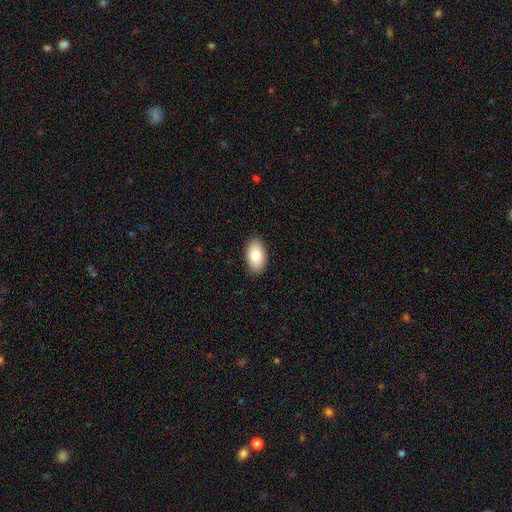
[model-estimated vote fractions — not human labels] A smooth galaxy with no disk features (81%) that is in between round and cigar-shaped (94%).

Vote fractions:
- Smooth or featured? smooth: 81% / featured or disk: 13% / star or artifact: 7%
- How rounded? in between: 94% / round: 5% / cigar-shaped: 2%
- Merging? none: 89% / minor disturbance: 8% / major disturbance: 2% / merger: 1%